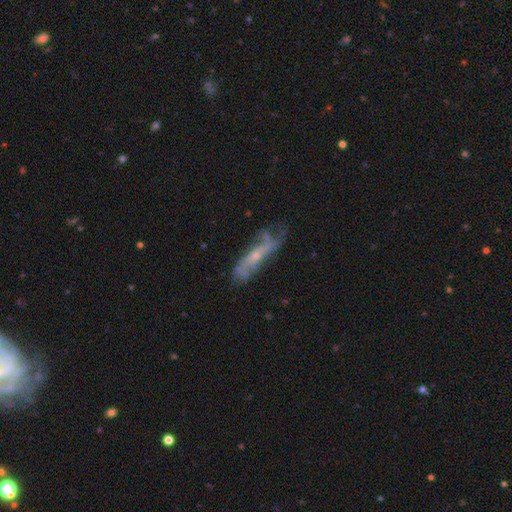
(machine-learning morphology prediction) This is likely a featured or disk galaxy (67%). It is likely not viewed edge-on (62%). Merging: possibly none (51%).